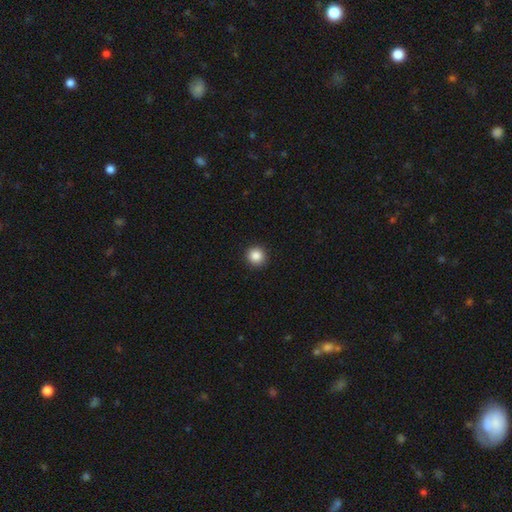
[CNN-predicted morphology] This appears to be a smooth galaxy with no disk features (87%) that is round (94%). Merging: none (92%).